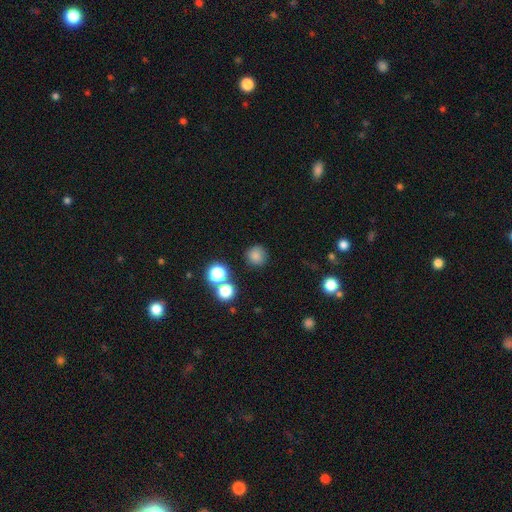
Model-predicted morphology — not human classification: Q: Smooth or featured?
A: smooth (78%); runner-up: star or artifact (15%)
Q: How rounded?
A: round (91%); runner-up: in between (8%)
Q: Merging?
A: none (79%); runner-up: minor disturbance (11%)